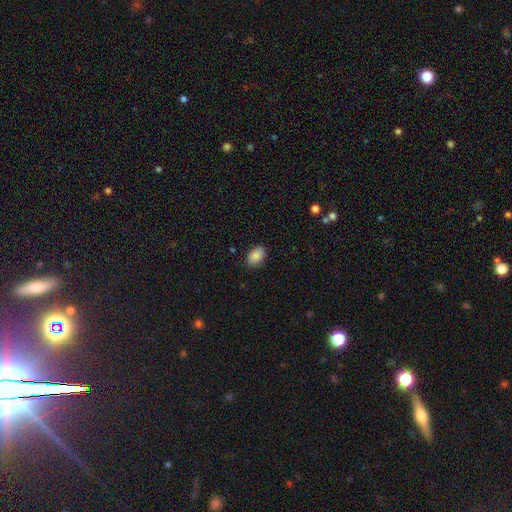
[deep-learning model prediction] smooth-or-featured: smooth: 87% | star or artifact: 8% | featured or disk: 5%
  how-rounded: in between: 77% | round: 22% | cigar-shaped: 1%
  merging: none: 83% | minor disturbance: 13% | major disturbance: 3% | merger: 1%